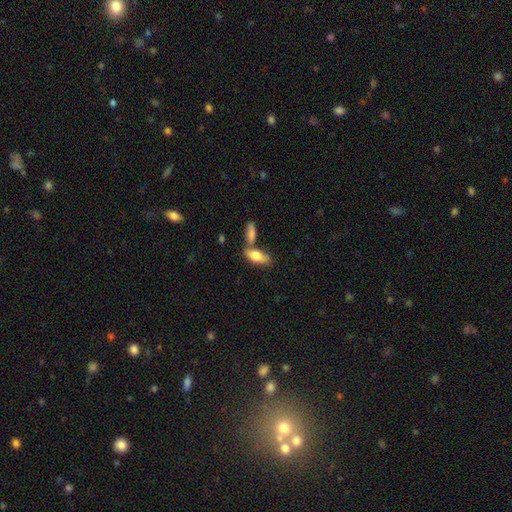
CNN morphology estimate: This is likely a smooth galaxy (75%). How rounded: likely in between (79%). Merging: possibly none (51%).